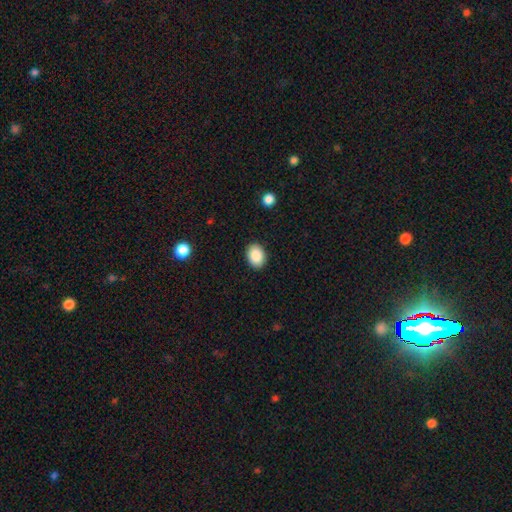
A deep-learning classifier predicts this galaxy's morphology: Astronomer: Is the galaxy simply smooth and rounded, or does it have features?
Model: smooth — 88%.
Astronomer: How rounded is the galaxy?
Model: in between — 72%.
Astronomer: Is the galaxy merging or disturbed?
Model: none — 90%.